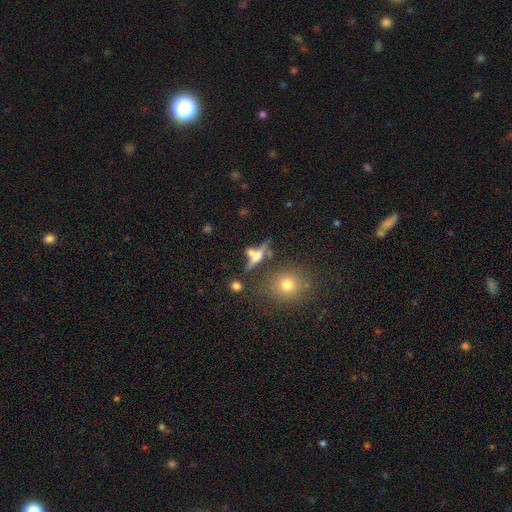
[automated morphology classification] featured or disk 44%, smooth 41%, star or artifact 16%. Down the decision tree: merging — none (47%).